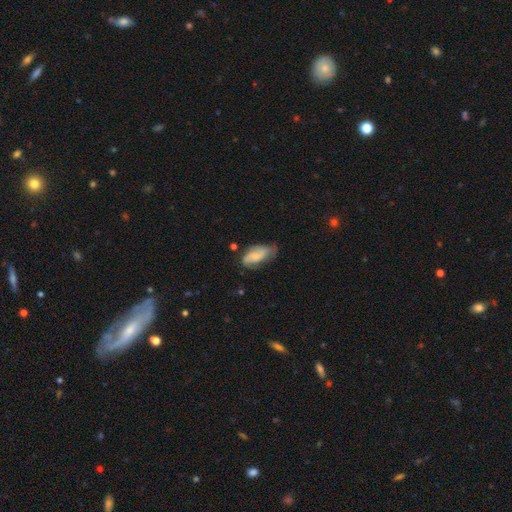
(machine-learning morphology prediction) This is possibly a featured or disk galaxy (47%). Merging: marginally none (44%).